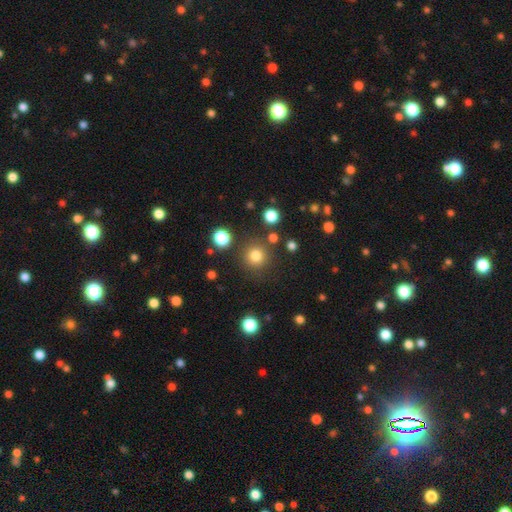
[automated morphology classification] The model was most divided on "smooth or featured": smooth: 82%, star or artifact: 13%, featured or disk: 5%. More confident: how rounded — round (94%); merging — none (85%).